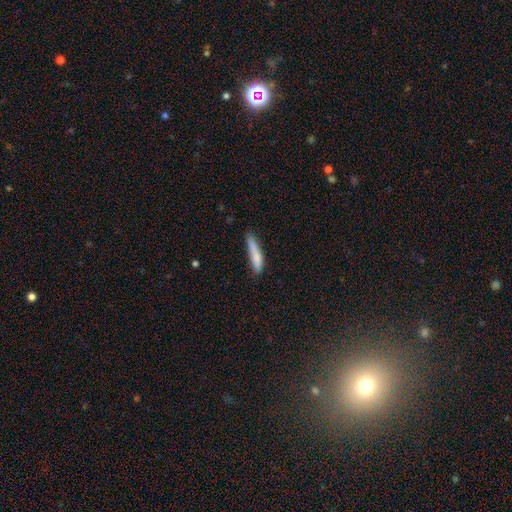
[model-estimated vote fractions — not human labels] This appears to be a smooth galaxy with no disk features (77%) that is cigar-shaped (88%). Merging: none (67%).